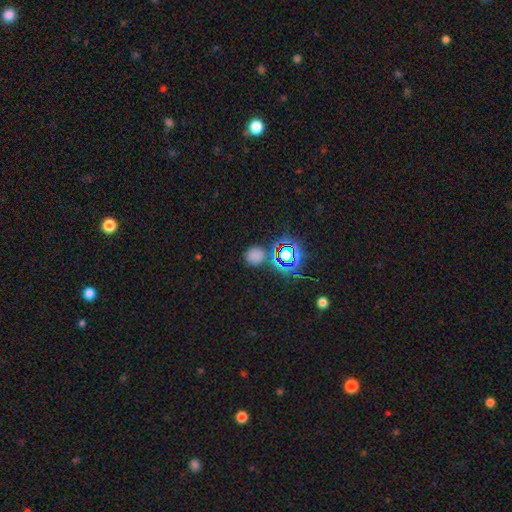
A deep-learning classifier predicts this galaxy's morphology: Smooth or featured?
  - smooth: 63% *
  - star or artifact: 32%
  - featured or disk: 6%
How rounded?
  - round: 81% *
  - in between: 17%
  - cigar-shaped: 1%
Merging?
  - none: 75% *
  - minor disturbance: 11%
  - merger: 9%
  - major disturbance: 5%